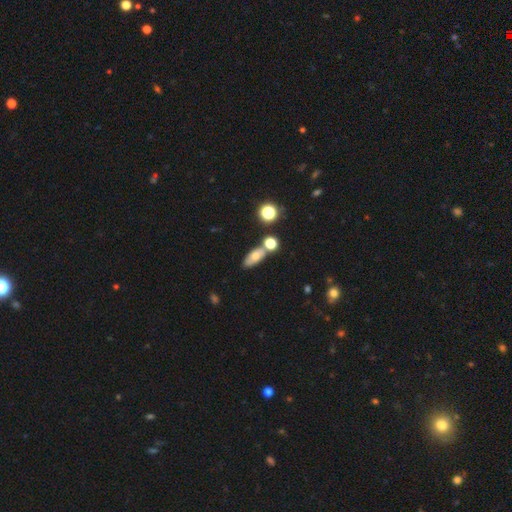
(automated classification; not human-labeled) Morphology: type=smooth (64%); roundness=in between (77%); merging=none (63%).